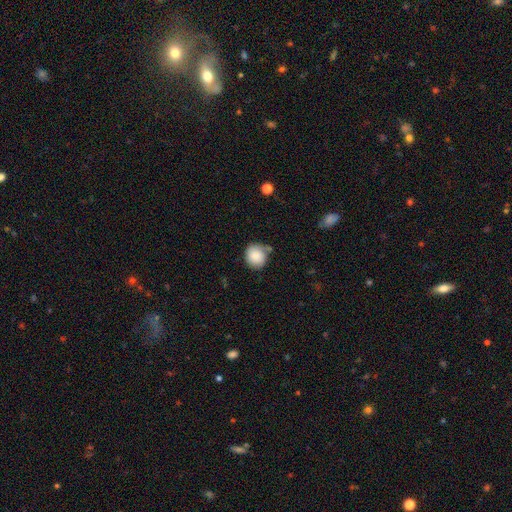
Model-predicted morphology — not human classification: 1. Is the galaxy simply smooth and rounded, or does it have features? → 84% smooth, 8% featured or disk, 8% star or artifact.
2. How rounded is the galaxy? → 86% round, 13% in between, 1% cigar-shaped.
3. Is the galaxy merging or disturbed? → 63% none, 23% minor disturbance, 8% merger, 6% major disturbance.